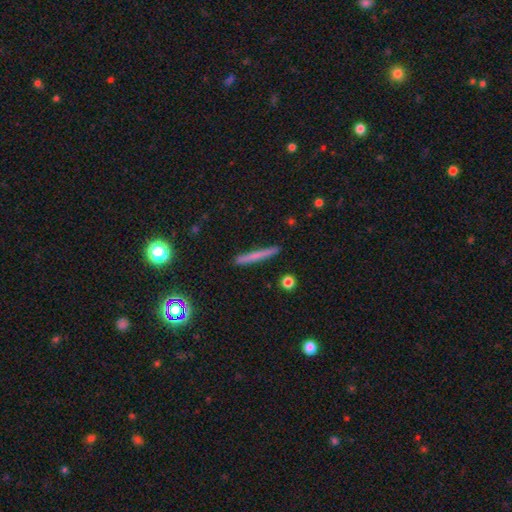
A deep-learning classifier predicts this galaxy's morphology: type=smooth (62%); roundness=cigar-shaped (95%); merging=none (90%).